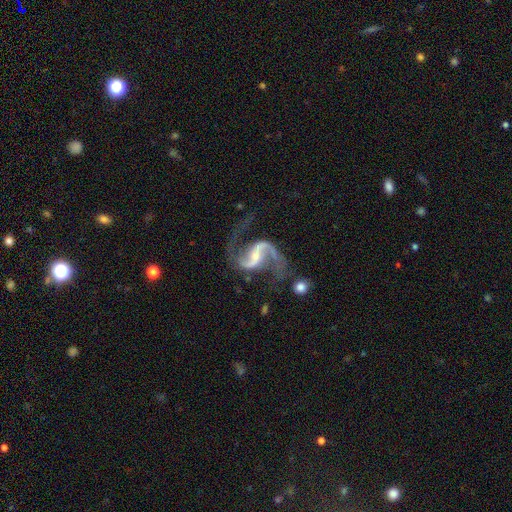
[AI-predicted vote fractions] The model was most divided on "bar": weak: 42%, strong: 36%, no: 22%. More confident: edge-on disk — no (98%); spiral arms — yes (98%); spiral arm count — 2 (93%); smooth or featured — featured or disk (93%); bulge size — small (64%); merging — none (62%); spiral winding — loose (60%).